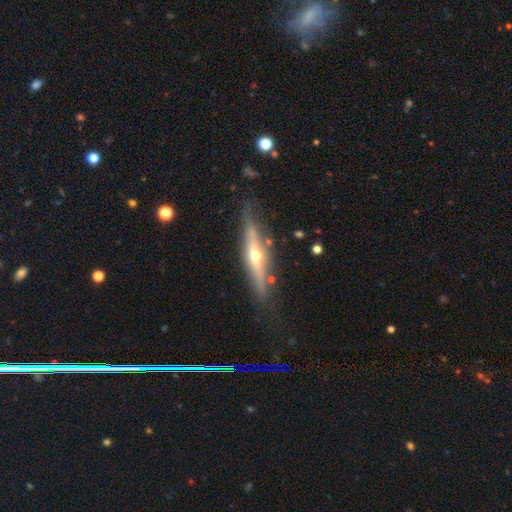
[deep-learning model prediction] A featured or disk galaxy (72%) viewed edge-on (93%) with a rounded central bulge (90%). Merging: none (79%).